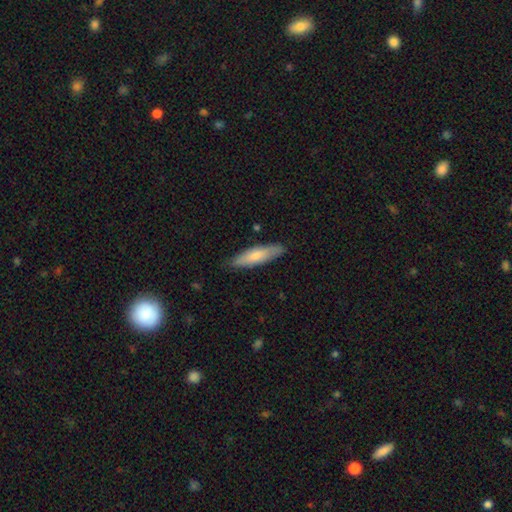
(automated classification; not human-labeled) This is likely a smooth galaxy (74%). How rounded: likely cigar-shaped (67%). Merging: clearly none (85%).